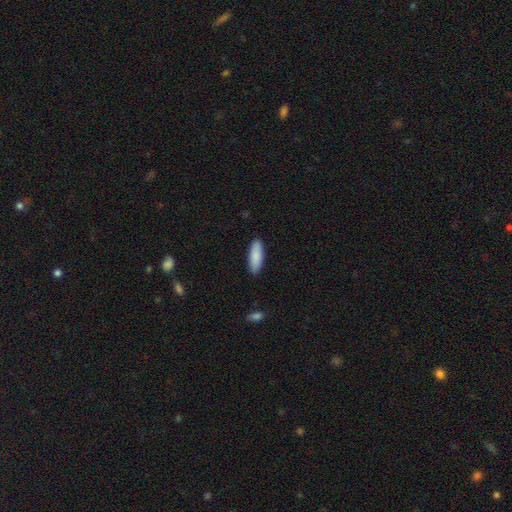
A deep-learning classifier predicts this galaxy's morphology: Overall: smooth (88%). How rounded: in between (61%; cigar-shaped 38%). Merging: none (89%).